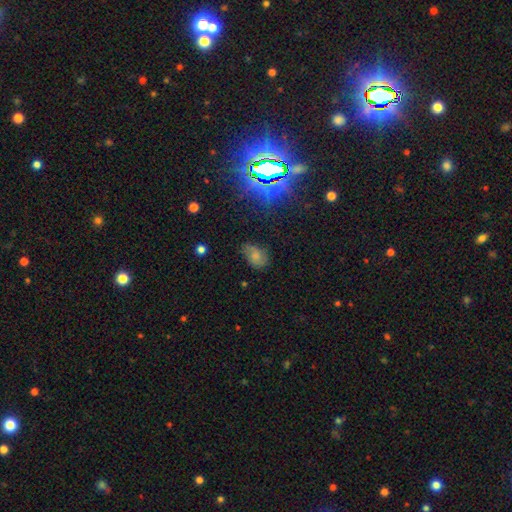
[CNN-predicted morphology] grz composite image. It shows a smooth galaxy with no disk features (62%) that is in between round and cigar-shaped (81%). Merging: none (57%).